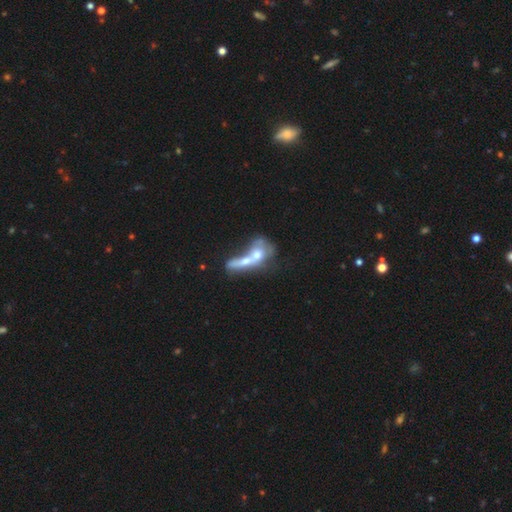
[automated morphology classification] The model was most divided on "smooth or featured": smooth: 46%, featured or disk: 45%, star or artifact: 10%. More confident: merging — merger (70%).